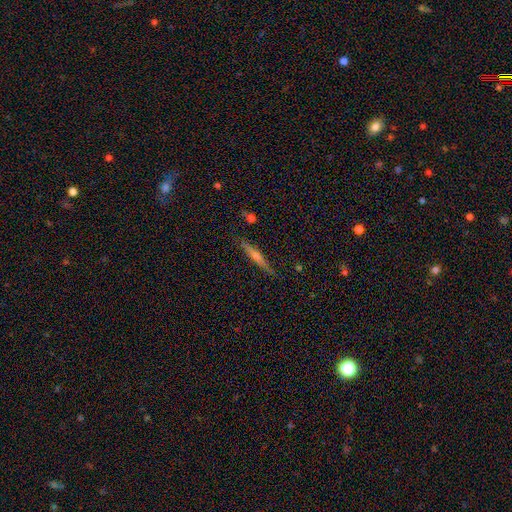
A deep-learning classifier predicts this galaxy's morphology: The model was most divided on "smooth or featured": featured or disk: 63%, smooth: 29%, star or artifact: 8%. More confident: edge-on disk — yes (97%); merging — none (86%); edge-on bulge — rounded (70%).